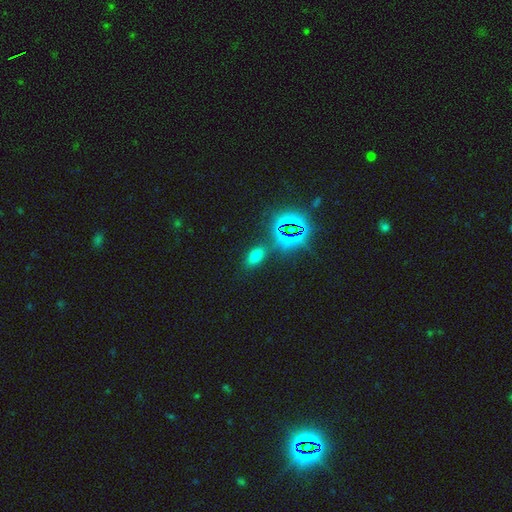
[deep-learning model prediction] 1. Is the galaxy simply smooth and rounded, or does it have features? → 58% smooth, 32% star or artifact, 9% featured or disk.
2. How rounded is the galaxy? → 83% in between, 10% round, 7% cigar-shaped.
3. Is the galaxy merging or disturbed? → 80% none, 10% minor disturbance, 6% merger, 4% major disturbance.